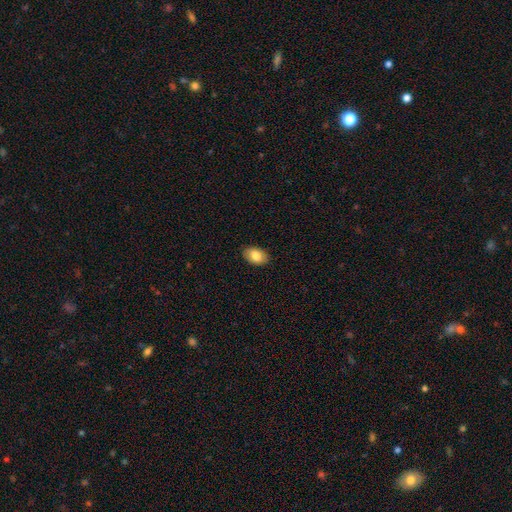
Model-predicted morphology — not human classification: type=smooth (84%); roundness=in between (90%); merging=none (88%).